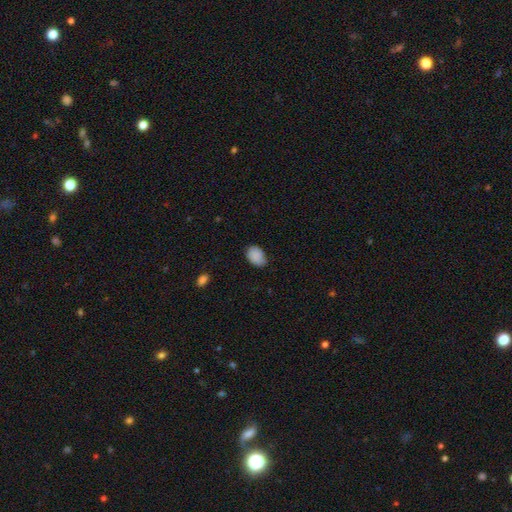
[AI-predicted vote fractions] This appears to be a smooth galaxy with no disk features (88%) that is in between round and cigar-shaped (78%). Merging: none (67%).